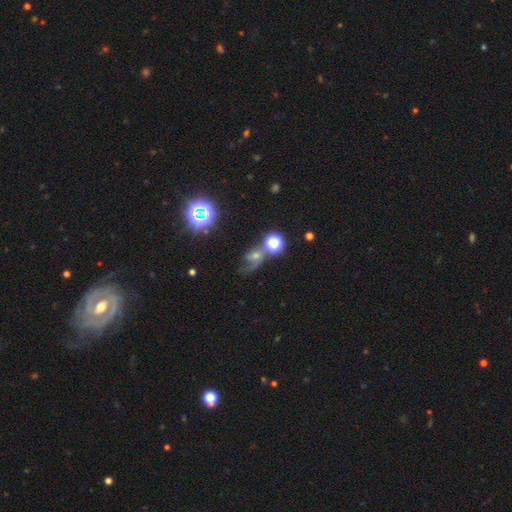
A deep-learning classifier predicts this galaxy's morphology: A featured or disk galaxy (44%).

Vote fractions:
- Smooth or featured? featured or disk: 44% / star or artifact: 32% / smooth: 24%
- Merging? none: 41% / major disturbance: 24% / minor disturbance: 18% / merger: 17%